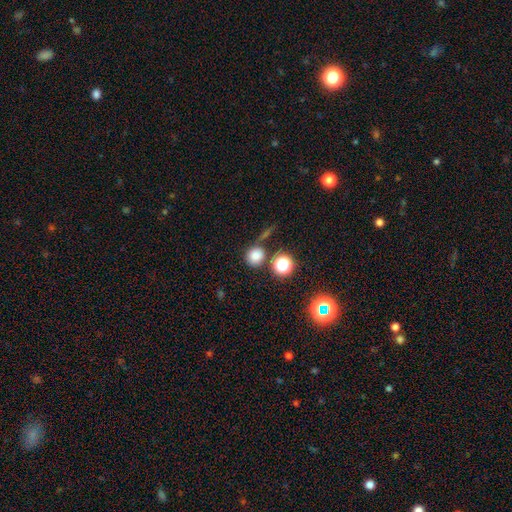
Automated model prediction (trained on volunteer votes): Q: Smooth or featured?
A: smooth (78%); runner-up: star or artifact (15%)
Q: How rounded?
A: round (89%); runner-up: in between (10%)
Q: Merging?
A: none (70%); runner-up: merger (14%)